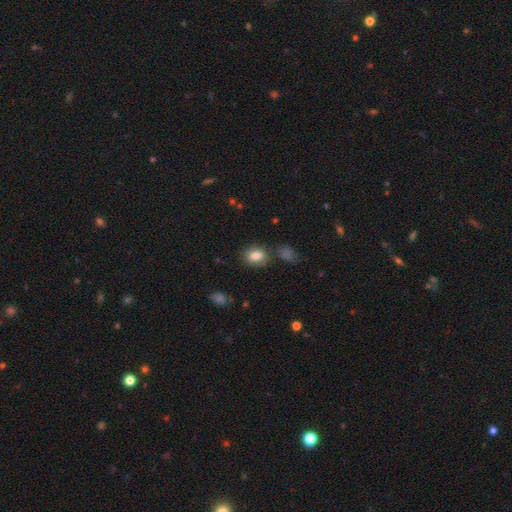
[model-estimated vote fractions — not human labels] Smooth or featured? Predicted: smooth (p=0.83). How rounded? Predicted: in between (p=0.70). Merging? Predicted: none (p=0.75).